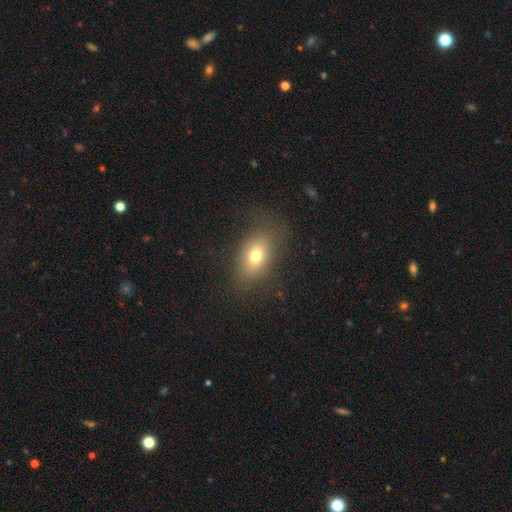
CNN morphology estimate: type=smooth (72%); roundness=in between (79%); merging=none (76%).